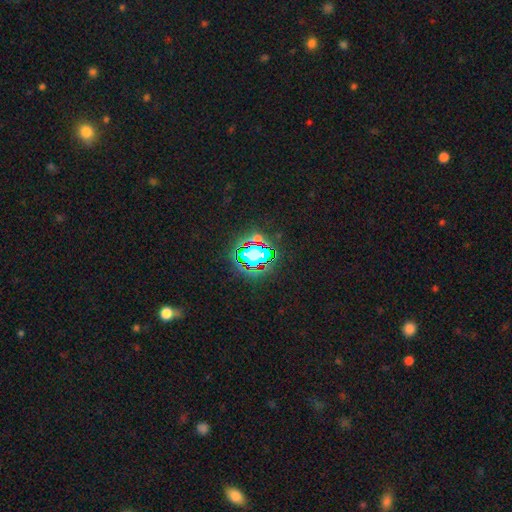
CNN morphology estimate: A star or artifact, not a galaxy (69%).